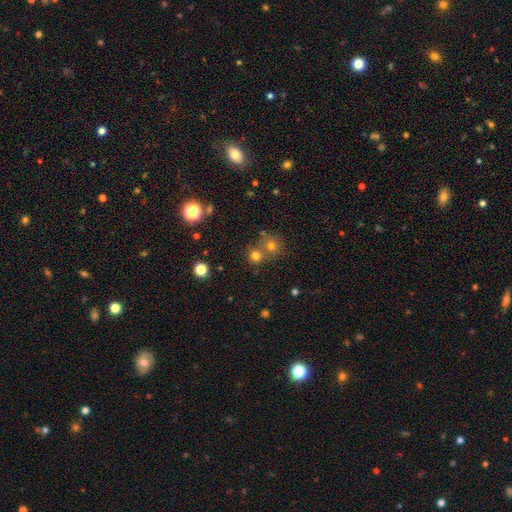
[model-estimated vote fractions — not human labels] Smooth or featured: smooth — 72% (star or artifact — 20%)
How rounded: round — 89% (in between — 10%)
Merging: none — 61% (merger — 29%)